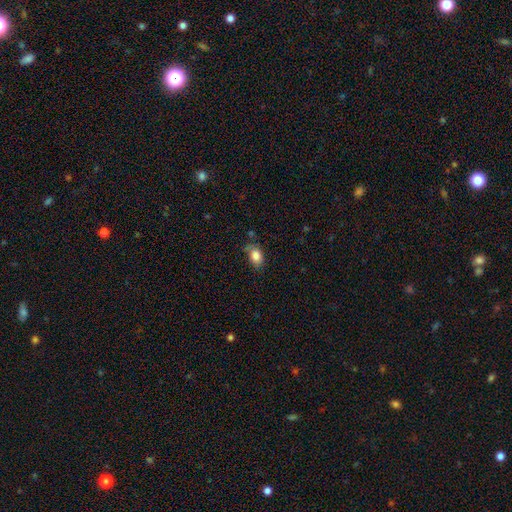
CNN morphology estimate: Q: Smooth or featured?
A: smooth (84%); runner-up: star or artifact (8%)
Q: How rounded?
A: in between (78%); runner-up: round (21%)
Q: Merging?
A: none (62%); runner-up: minor disturbance (27%)